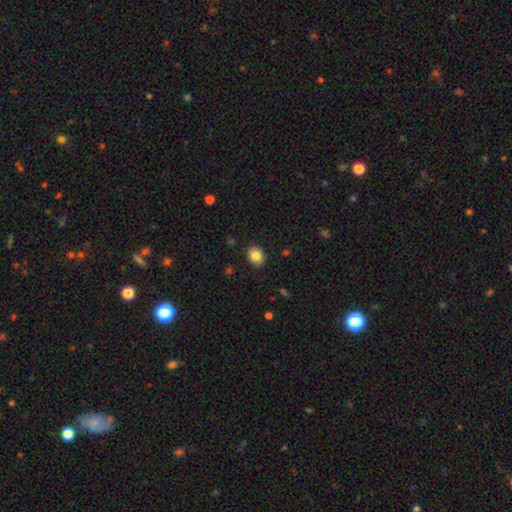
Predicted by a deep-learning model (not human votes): smooth-or-featured: smooth: 84% | star or artifact: 9% | featured or disk: 7%
  how-rounded: in between: 53% | round: 46% | cigar-shaped: 1%
  merging: none: 88% | minor disturbance: 9% | major disturbance: 2% | merger: 1%